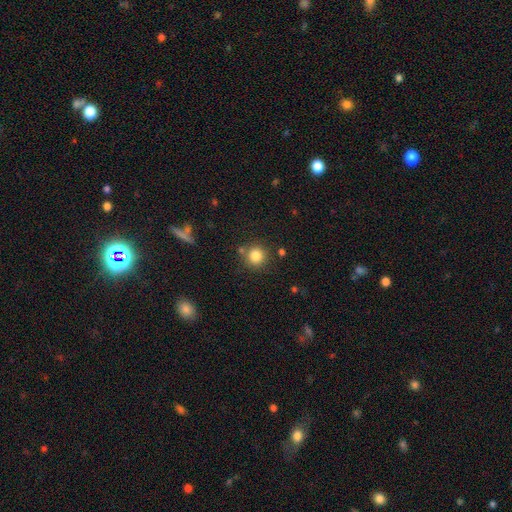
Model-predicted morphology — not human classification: smooth_or_featured: smooth (p=0.83) [alt: star or artifact p=0.11]
how_rounded: round (p=0.93) [alt: in between p=0.06]
merging: none (p=0.80) [alt: minor disturbance p=0.09]